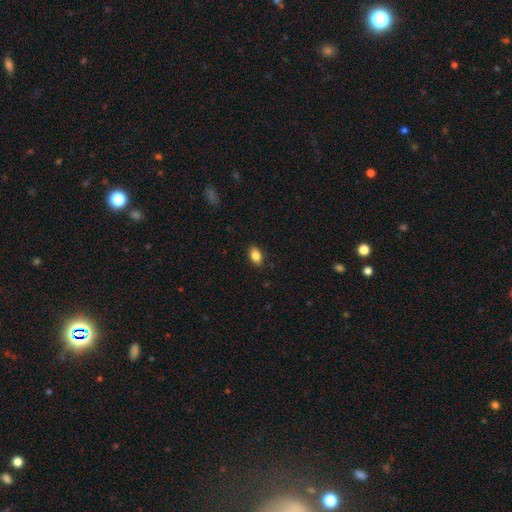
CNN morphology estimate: A smooth galaxy with no disk features (85%) that is in between round and cigar-shaped (87%).

Vote fractions:
- Smooth or featured? smooth: 85% / star or artifact: 8% / featured or disk: 7%
- How rounded? in between: 87% / round: 11% / cigar-shaped: 2%
- Merging? none: 88% / minor disturbance: 9% / major disturbance: 2% / merger: 1%